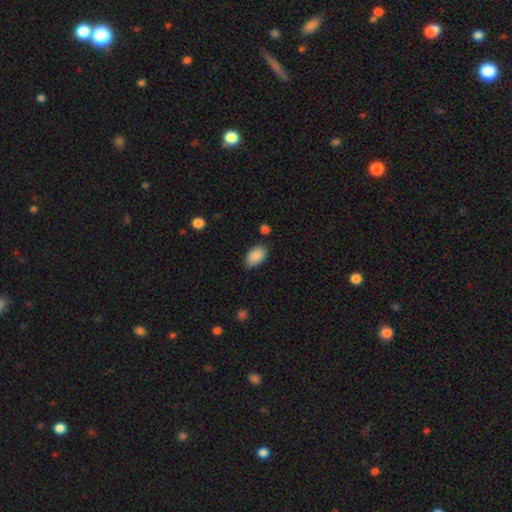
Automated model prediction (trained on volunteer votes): Overall: smooth (89%). How rounded: in between (93%). Merging: none (80%).